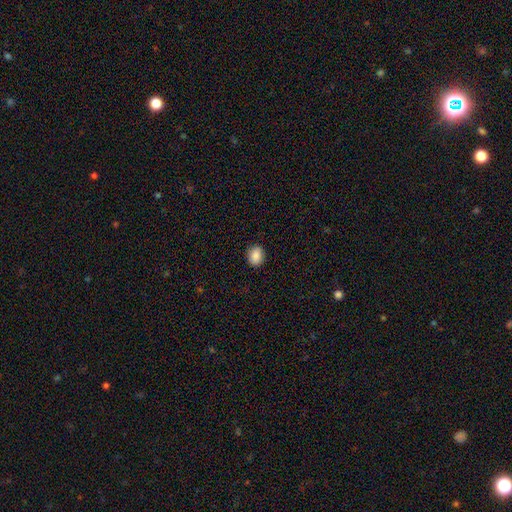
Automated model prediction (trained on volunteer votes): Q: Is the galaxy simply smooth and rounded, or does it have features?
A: smooth — 88%.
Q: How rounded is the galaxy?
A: round — 50%.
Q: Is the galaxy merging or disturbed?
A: none — 90%.